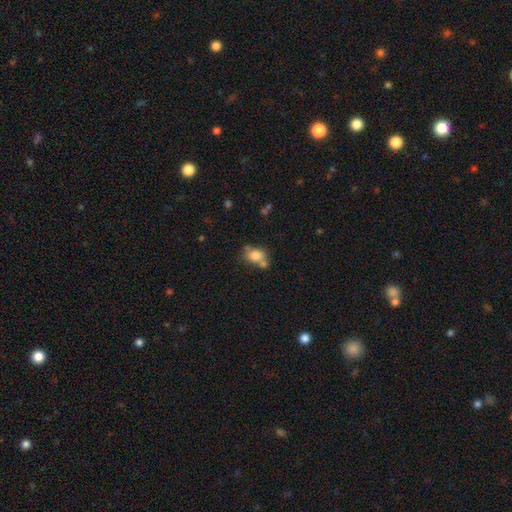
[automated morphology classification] Smooth or featured? Predicted: smooth (p=0.78). How rounded? Predicted: in between (p=0.63). Merging? Predicted: none (p=0.48).